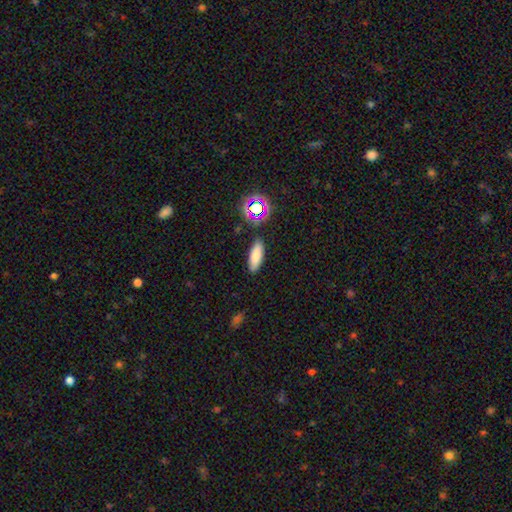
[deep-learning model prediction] A smooth galaxy with no disk features (78%) that is in between round and cigar-shaped (64%). Merging: none (85%).